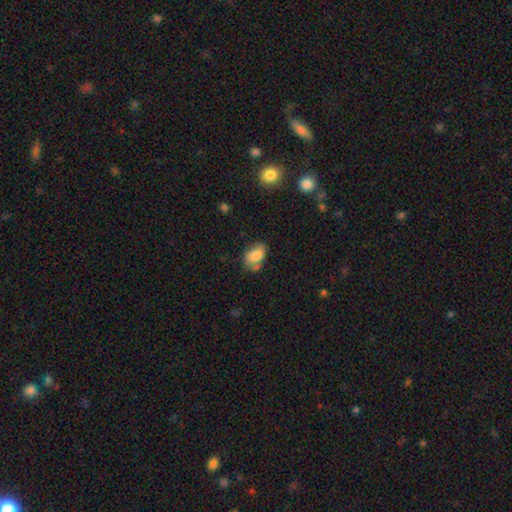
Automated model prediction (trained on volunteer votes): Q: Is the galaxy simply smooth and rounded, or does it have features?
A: smooth — 75%.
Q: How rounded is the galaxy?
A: in between — 88%.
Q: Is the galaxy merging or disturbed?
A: none — 52%.